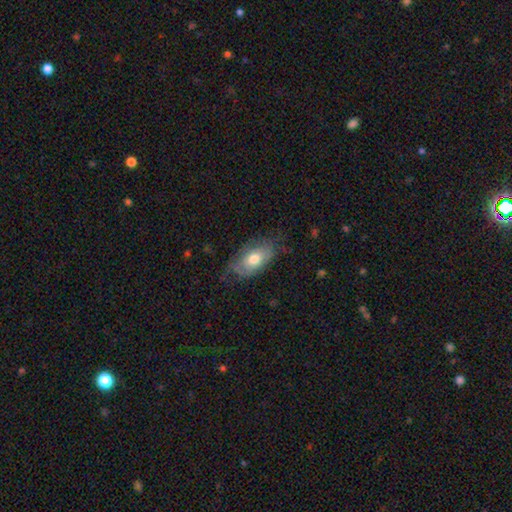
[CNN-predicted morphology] Q: Smooth or featured?
A: smooth (55%); runner-up: featured or disk (38%)
Q: How rounded?
A: in between (90%); runner-up: round (6%)
Q: Merging?
A: none (60%); runner-up: minor disturbance (28%)